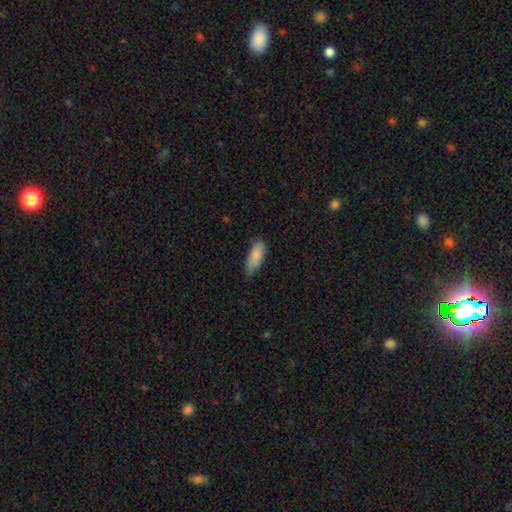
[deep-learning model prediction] smooth_or_featured: smooth (p=0.83) [alt: featured or disk p=0.10]
how_rounded: in between (p=0.73) [alt: cigar-shaped p=0.25]
merging: none (p=0.56) [alt: minor disturbance p=0.36]